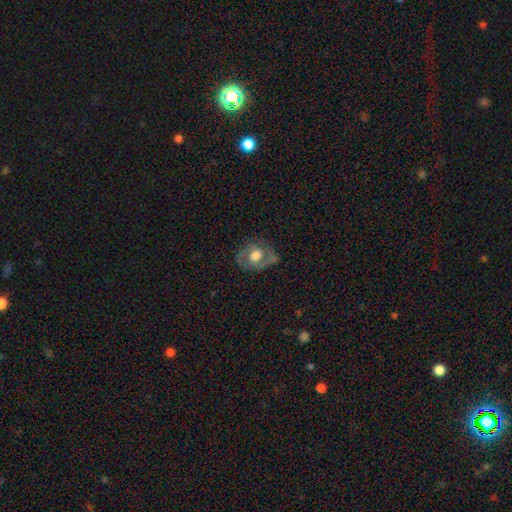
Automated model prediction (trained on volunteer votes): Smooth or featured?
  - featured or disk: 67% *
  - smooth: 26%
  - star or artifact: 7%
Edge-on disk?
  - no: 96% *
  - yes: 4%
Bar?
  - no: 63% *
  - weak: 30%
  - strong: 6%
Spiral arms?
  - yes: 76% *
  - no: 24%
Bulge size?
  - moderate: 50% *
  - large: 40%
  - small: 6%
  - dominant: 3%
  - none: 2%
Merging?
  - none: 69% *
  - minor disturbance: 20%
  - major disturbance: 10%
  - merger: 2%